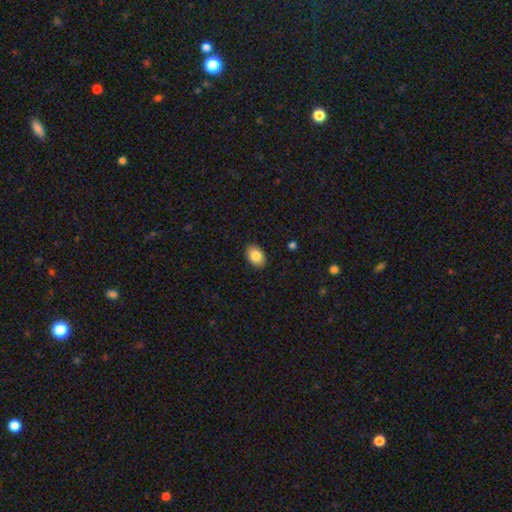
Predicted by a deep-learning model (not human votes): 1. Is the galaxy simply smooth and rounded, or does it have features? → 85% smooth, 8% star or artifact, 7% featured or disk.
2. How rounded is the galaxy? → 81% in between, 18% round, 1% cigar-shaped.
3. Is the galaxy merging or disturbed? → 89% none, 9% minor disturbance, 2% major disturbance, 1% merger.